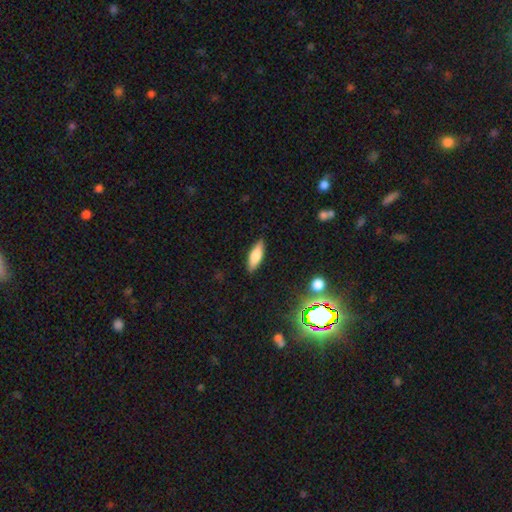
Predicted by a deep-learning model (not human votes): Morphology: type=smooth (73%); roundness=in between (57%); merging=none (87%).